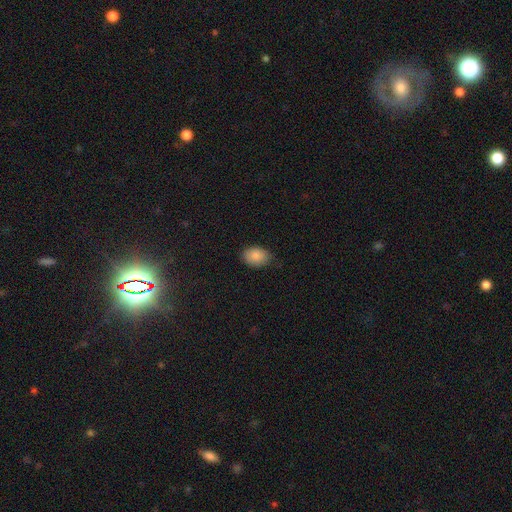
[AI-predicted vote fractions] The model was most divided on "merging": none: 78%, minor disturbance: 19%, major disturbance: 3%, merger: 1%. More confident: smooth or featured — smooth (87%); how rounded — in between (80%).